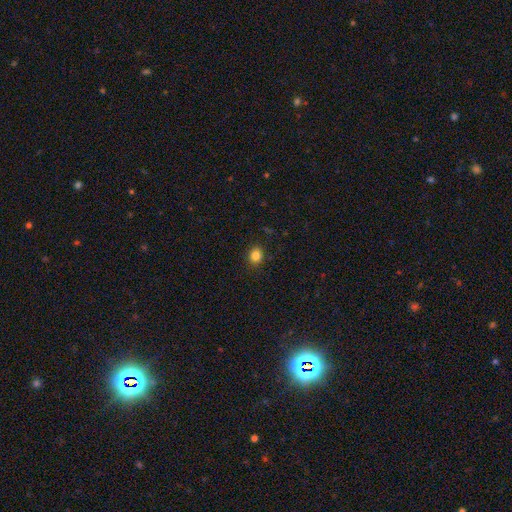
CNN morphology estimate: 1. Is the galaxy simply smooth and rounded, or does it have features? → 83% smooth, 12% star or artifact, 5% featured or disk.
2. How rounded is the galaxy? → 68% round, 31% in between, 1% cigar-shaped.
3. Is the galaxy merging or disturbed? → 90% none, 7% minor disturbance, 2% major disturbance, 1% merger.